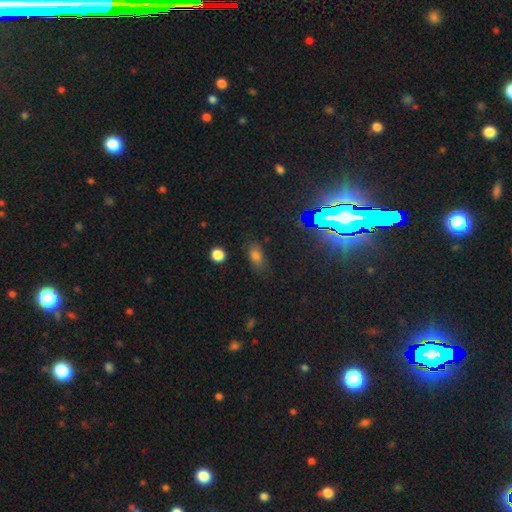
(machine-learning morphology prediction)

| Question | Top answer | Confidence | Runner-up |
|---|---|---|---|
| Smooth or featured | smooth | 69% | star or artifact (22%) |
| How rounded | in between | 83% | round (12%) |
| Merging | none | 74% | minor disturbance (18%) |